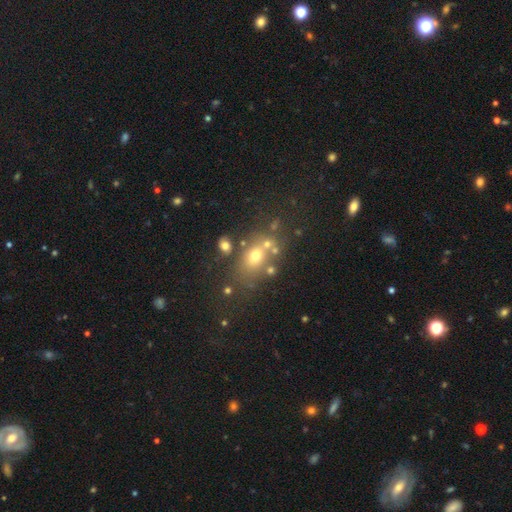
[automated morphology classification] smooth-or-featured: smooth: 60% | star or artifact: 21% | featured or disk: 20%
  how-rounded: in between: 59% | round: 39% | cigar-shaped: 2%
  merging: none: 57% | merger: 20% | minor disturbance: 15% | major disturbance: 8%